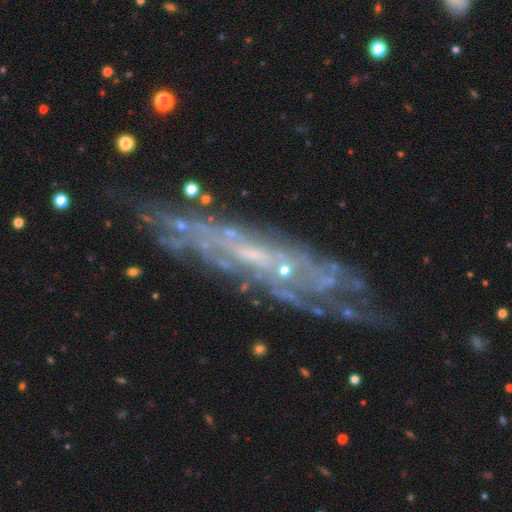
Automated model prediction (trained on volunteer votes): featured or disk 78%, smooth 12%, star or artifact 10%. Down the decision tree: edge-on disk — no (65%); bar — no (60%); spiral arms — yes (82%); bulge size — small (75%); merging — none (77%).